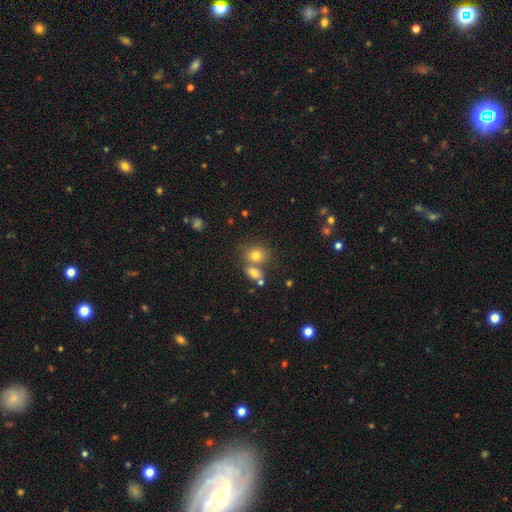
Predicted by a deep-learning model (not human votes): smooth_or_featured: smooth (p=0.66) [alt: star or artifact p=0.22]
how_rounded: round (p=0.72) [alt: in between p=0.26]
merging: none (p=0.53) [alt: merger p=0.35]